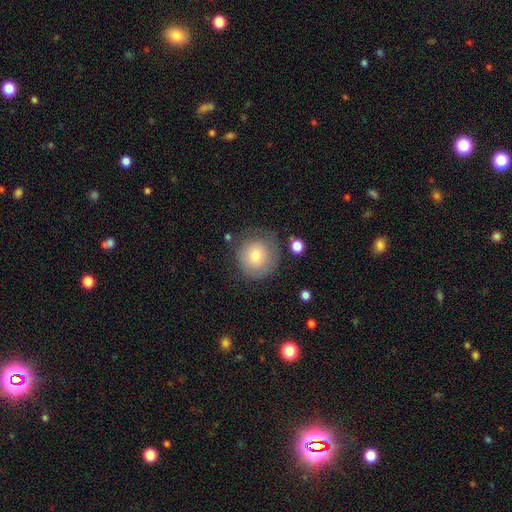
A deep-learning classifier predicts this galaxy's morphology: smooth-or-featured: smooth: 73% | featured or disk: 19% | star or artifact: 9%
  how-rounded: round: 91% | in between: 8% | cigar-shaped: 1%
  merging: none: 71% | minor disturbance: 19% | major disturbance: 8% | merger: 3%